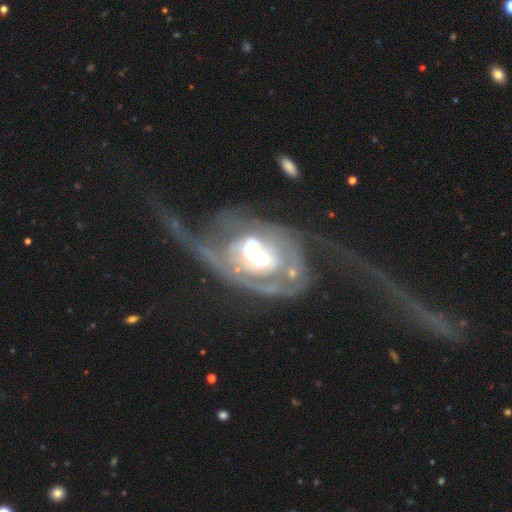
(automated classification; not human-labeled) A featured or disk galaxy (78%) with no bar (63%), spiral arms (62%) and a moderate central bulge (56%).

Vote fractions:
- Smooth or featured? featured or disk: 78% / smooth: 14% / star or artifact: 8%
- Edge-on disk? no: 96% / yes: 4%
- Bar? no: 63% / weak: 24% / strong: 13%
- Spiral arms? yes: 62% / no: 38%
- Bulge size? moderate: 56% / large: 26% / small: 11% / dominant: 5% / none: 3%
- Merging? major disturbance: 50% / merger: 26% / none: 14% / minor disturbance: 10%